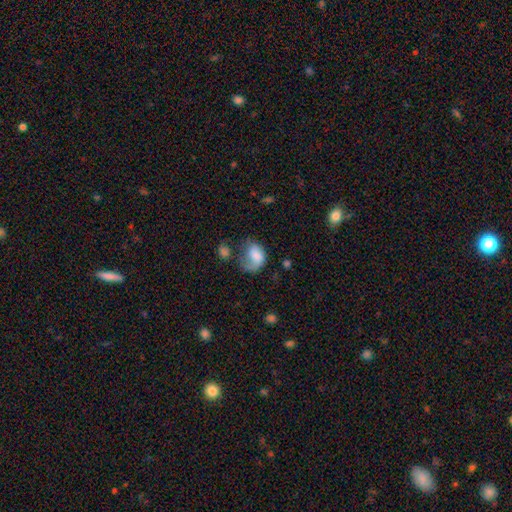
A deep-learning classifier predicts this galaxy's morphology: This appears to be a smooth galaxy with no disk features (60%) that is in between round and cigar-shaped (70%). Merging: major disturbance (45%).